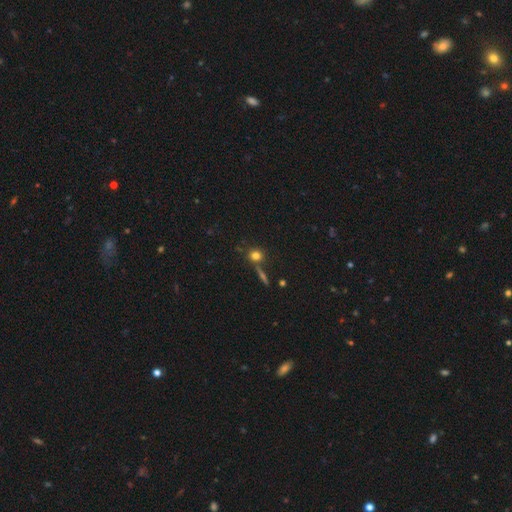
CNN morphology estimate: Smooth or featured: smooth — 76% (star or artifact — 15%)
How rounded: round — 84% (in between — 13%)
Merging: none — 73% (merger — 13%)